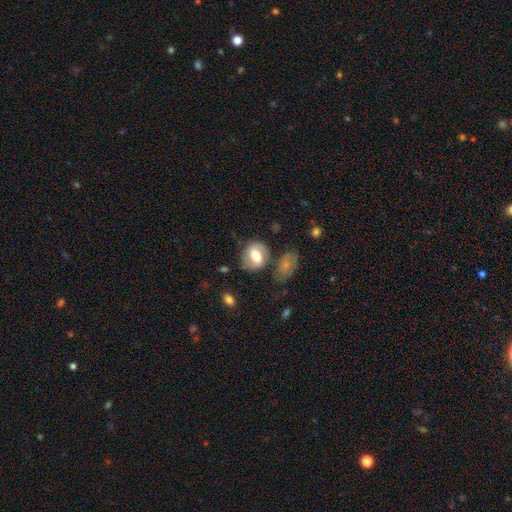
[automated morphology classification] Smooth or featured: smooth — 48% (featured or disk — 45%)
Merging: none — 61% (minor disturbance — 21%)